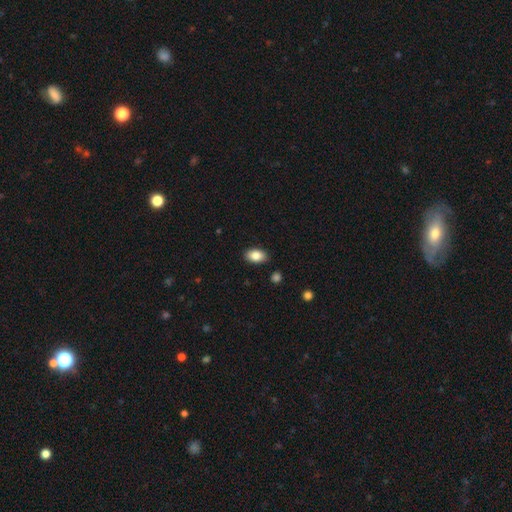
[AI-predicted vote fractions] smooth_or_featured: smooth (p=0.85) [alt: featured or disk p=0.08]
how_rounded: in between (p=0.91) [alt: round p=0.07]
merging: none (p=0.87) [alt: minor disturbance p=0.09]